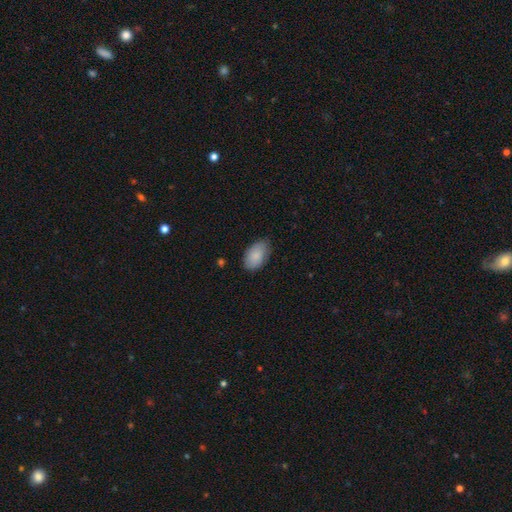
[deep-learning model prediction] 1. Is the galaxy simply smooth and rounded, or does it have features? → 85% smooth, 9% featured or disk, 6% star or artifact.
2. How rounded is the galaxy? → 93% in between, 6% round, 1% cigar-shaped.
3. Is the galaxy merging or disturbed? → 73% none, 22% minor disturbance, 4% major disturbance, 1% merger.